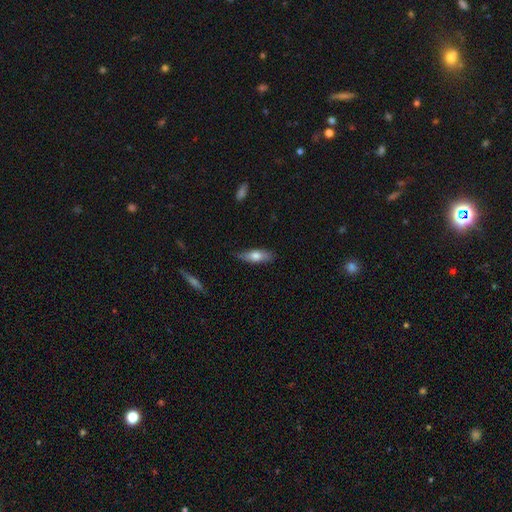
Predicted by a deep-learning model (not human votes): Q: Smooth or featured?
A: smooth (68%); runner-up: featured or disk (26%)
Q: How rounded?
A: in between (53%); runner-up: cigar-shaped (44%)
Q: Merging?
A: none (77%); runner-up: minor disturbance (18%)